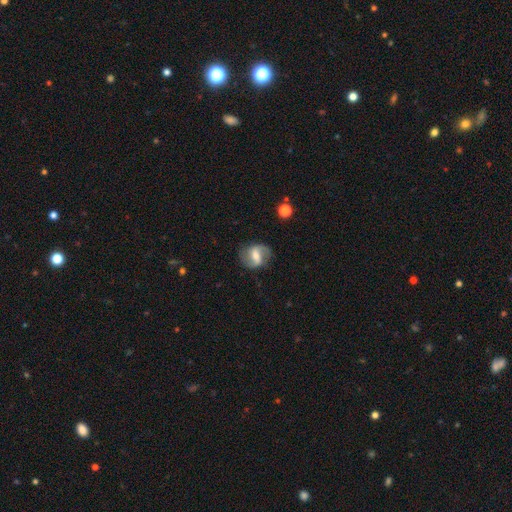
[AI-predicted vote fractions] Smooth or featured: featured or disk — 77% (smooth — 16%)
Edge-on disk: no — 97% (yes — 3%)
Bar: weak — 44% (strong — 40%)
Spiral arms: yes — 92% (no — 8%)
Spiral winding: loose — 43% (medium — 42%)
Spiral arm count: 2 — 90% (can't tell — 4%)
Bulge size: moderate — 55% (small — 35%)
Merging: none — 80% (minor disturbance — 13%)